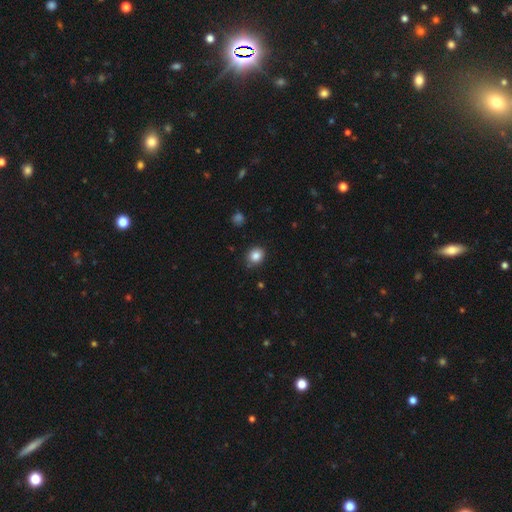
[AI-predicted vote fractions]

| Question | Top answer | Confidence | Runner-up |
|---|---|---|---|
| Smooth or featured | smooth | 85% | star or artifact (10%) |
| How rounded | round | 69% | in between (30%) |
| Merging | none | 85% | minor disturbance (10%) |